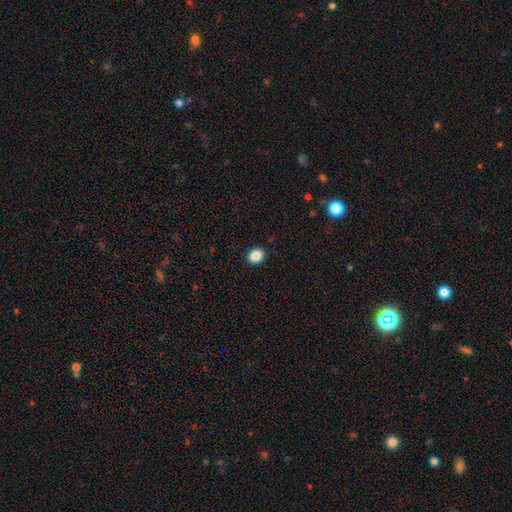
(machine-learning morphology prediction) This is clearly a smooth galaxy (87%). How rounded: possibly round (55%). Merging: clearly none (91%).